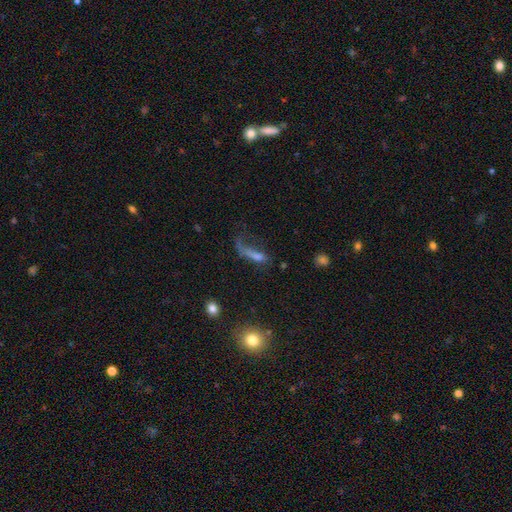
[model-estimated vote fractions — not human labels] This is marginally a smooth galaxy (43%). Merging: possibly major disturbance (48%).